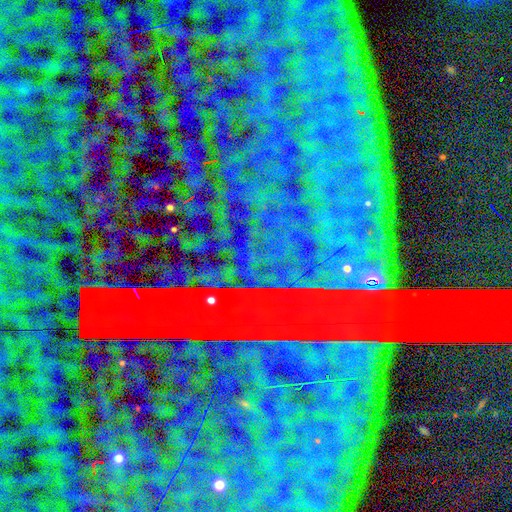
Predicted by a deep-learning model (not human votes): A star or artifact, not a galaxy (88%).

Vote fractions:
- Smooth or featured? star or artifact: 88% / featured or disk: 7% / smooth: 6%